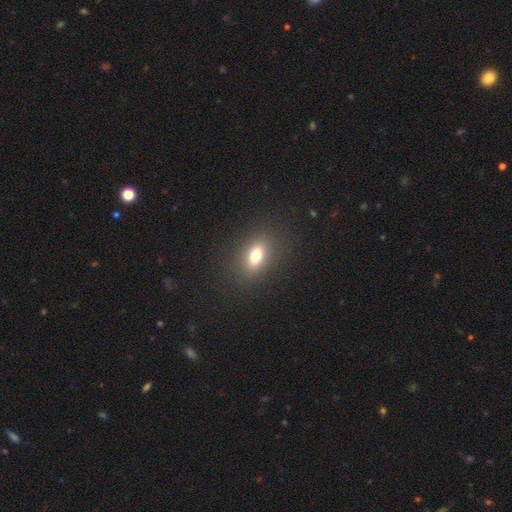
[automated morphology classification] type=smooth (73%); roundness=in between (75%); merging=none (87%).